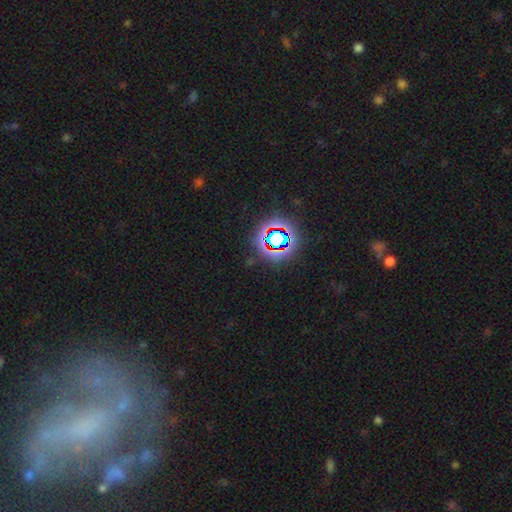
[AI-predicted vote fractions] smooth-or-featured: star or artifact: 68% | smooth: 19% | featured or disk: 14%